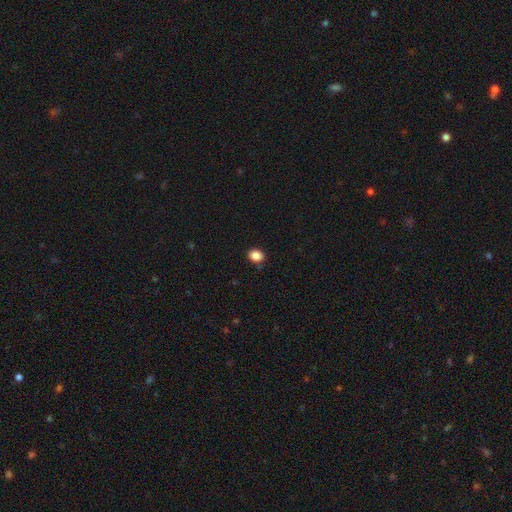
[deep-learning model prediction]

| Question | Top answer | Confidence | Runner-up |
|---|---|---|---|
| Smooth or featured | smooth | 87% | star or artifact (10%) |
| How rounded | in between | 52% | round (47%) |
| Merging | none | 84% | minor disturbance (12%) |